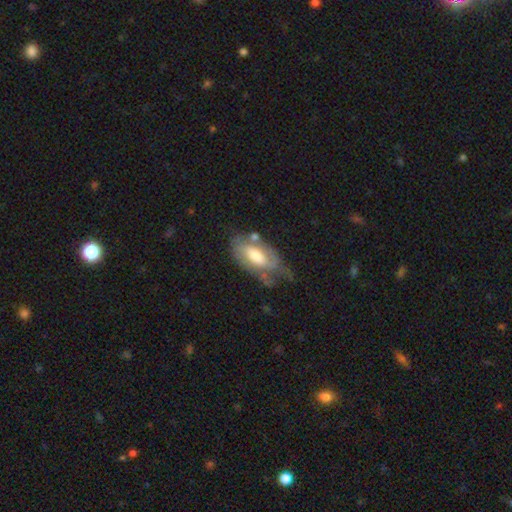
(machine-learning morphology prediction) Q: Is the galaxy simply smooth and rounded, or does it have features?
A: featured or disk — 52%.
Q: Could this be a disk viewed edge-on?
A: no — 88%.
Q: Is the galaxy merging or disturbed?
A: none — 38%.